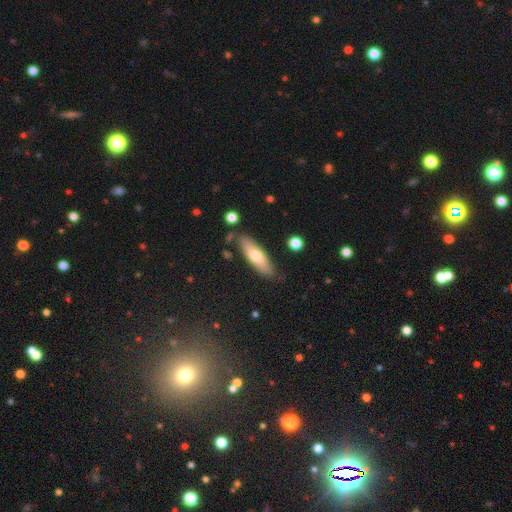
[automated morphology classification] Smooth or featured? smooth (66%)
How rounded? cigar-shaped (52%)
Merging? none (81%)